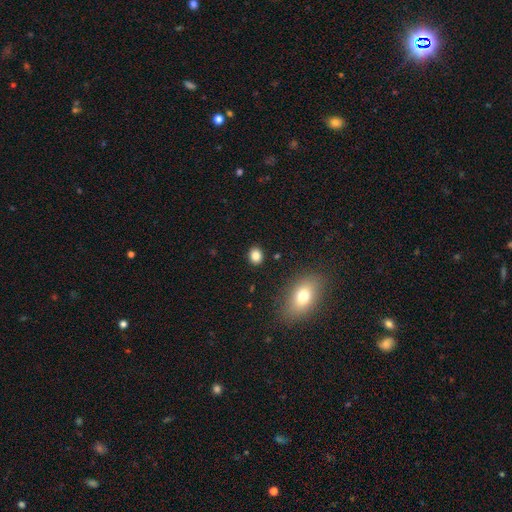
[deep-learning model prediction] Smooth or featured? smooth (84%)
How rounded? round (61%)
Merging? none (88%)